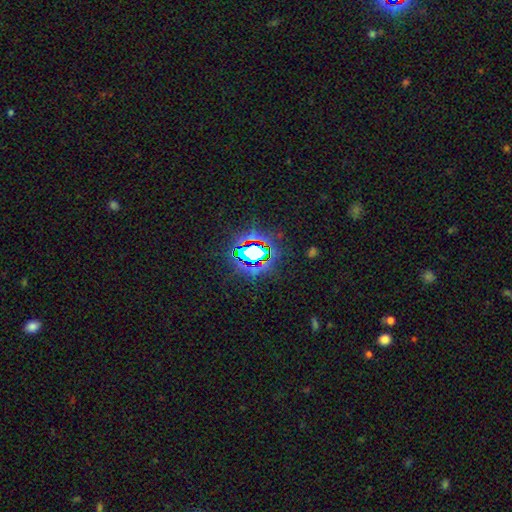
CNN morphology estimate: star or artifact 75%, smooth 15%, featured or disk 10%.